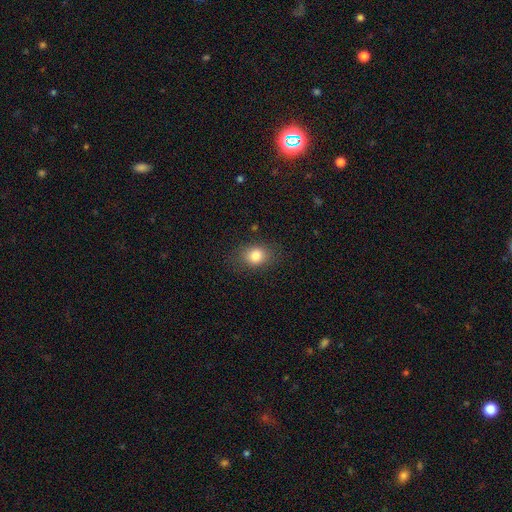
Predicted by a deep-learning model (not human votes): Q: Smooth or featured?
A: smooth (82%); runner-up: star or artifact (10%)
Q: How rounded?
A: in between (59%); runner-up: round (39%)
Q: Merging?
A: none (81%); runner-up: minor disturbance (13%)